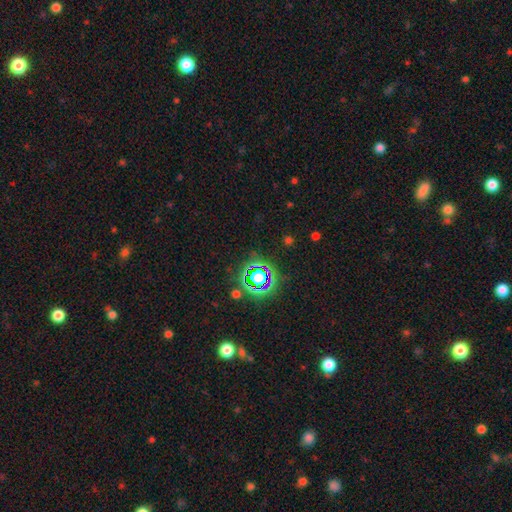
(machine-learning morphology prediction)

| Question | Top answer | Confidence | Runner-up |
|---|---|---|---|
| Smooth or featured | star or artifact | 69% | smooth (22%) |